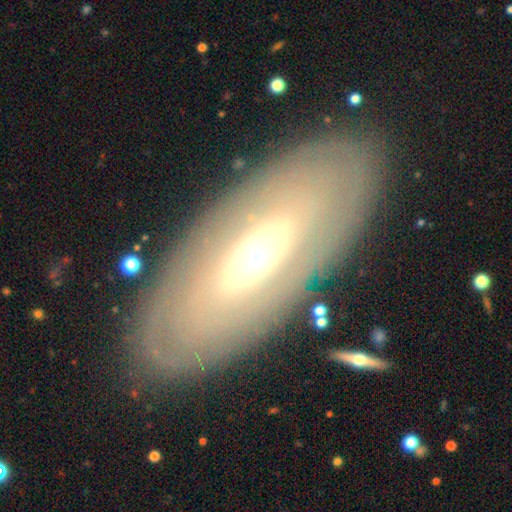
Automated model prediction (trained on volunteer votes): The model was most divided on "spiral arms": no: 64%, yes: 36%. More confident: merging — none (84%); edge-on disk — no (81%); smooth or featured — featured or disk (64%); bar — no (64%); bulge size — moderate (63%).